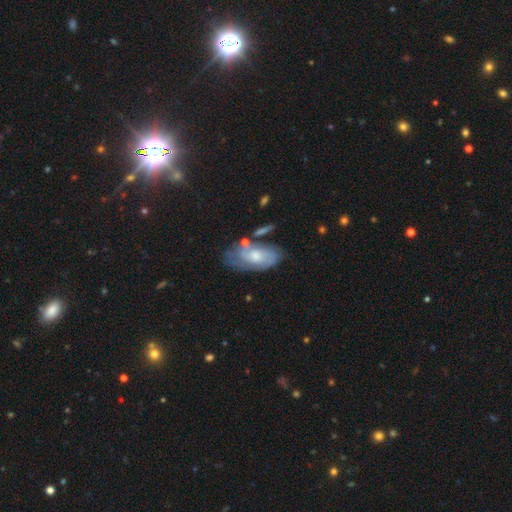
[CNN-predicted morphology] The model was most divided on "smooth or featured": featured or disk: 58%, smooth: 36%, star or artifact: 6%. More confident: edge-on disk — no (92%); spiral arms — yes (74%); bar — no (73%); bulge size — moderate (55%); merging — none (54%).